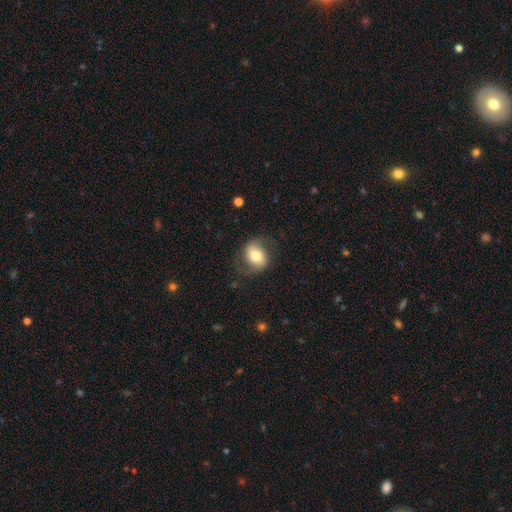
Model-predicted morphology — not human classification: Smooth or featured? smooth (61%)
How rounded? in between (61%)
Merging? none (69%)